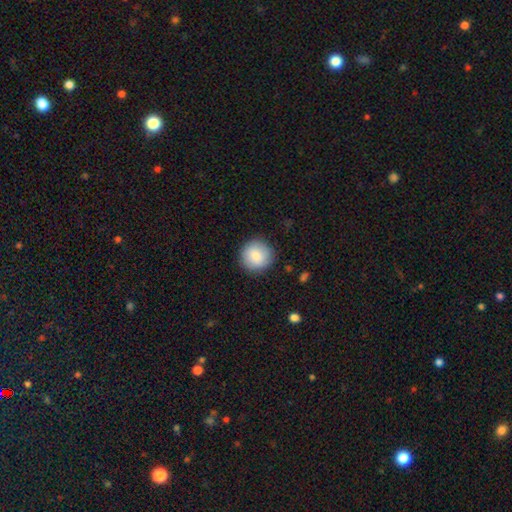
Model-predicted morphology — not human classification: The model was most divided on "smooth or featured": smooth: 83%, featured or disk: 9%, star or artifact: 7%. More confident: how rounded — round (94%); merging — none (89%).